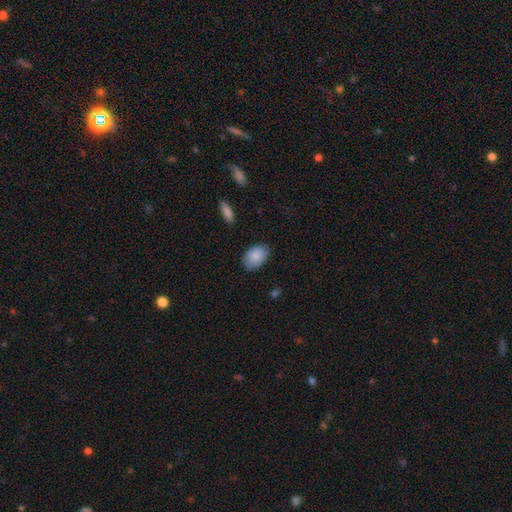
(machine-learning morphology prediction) Smooth or featured?
  - smooth: 88% *
  - star or artifact: 6%
  - featured or disk: 6%
How rounded?
  - in between: 88% *
  - round: 11%
  - cigar-shaped: 1%
Merging?
  - none: 83% *
  - minor disturbance: 13%
  - major disturbance: 3%
  - merger: 1%